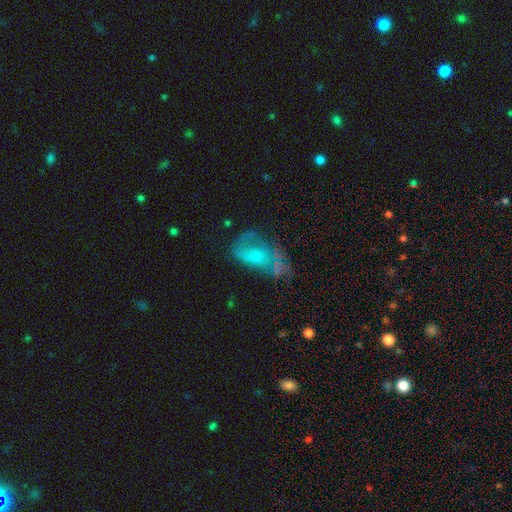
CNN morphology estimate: Overall: featured or disk (49%; smooth 39%). Merging: none (34%; major disturbance 28%).